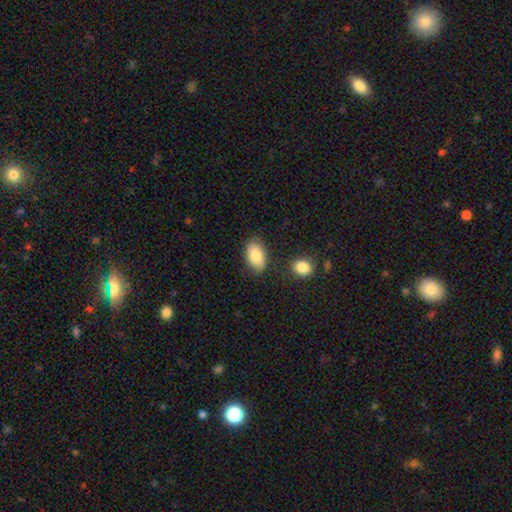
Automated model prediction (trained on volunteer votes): Smooth or featured? Predicted: smooth (p=0.84). How rounded? Predicted: in between (p=0.92). Merging? Predicted: none (p=0.78).